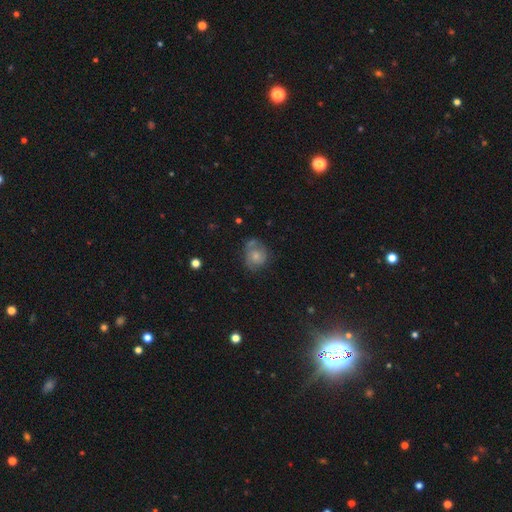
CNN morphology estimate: Overall: featured or disk (48%; smooth 42%). Merging: none (50%; minor disturbance 26%).